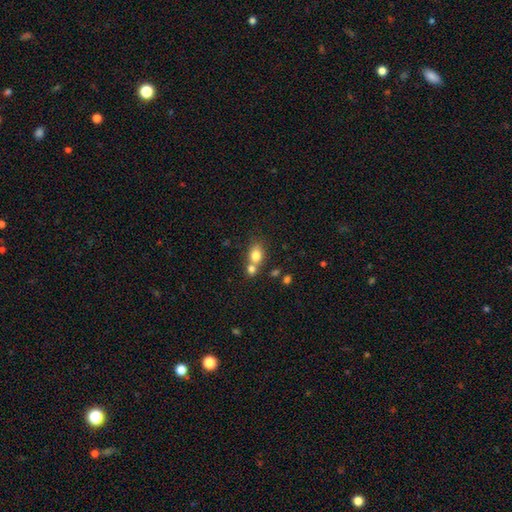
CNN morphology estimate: Smooth or featured? smooth (79%)
How rounded? in between (56%)
Merging? merger (49%)